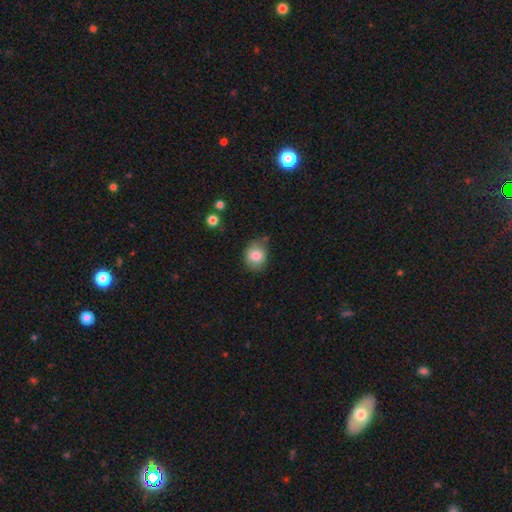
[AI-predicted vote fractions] This is clearly a smooth galaxy (83%). How rounded: likely round (66%). Merging: likely none (68%).